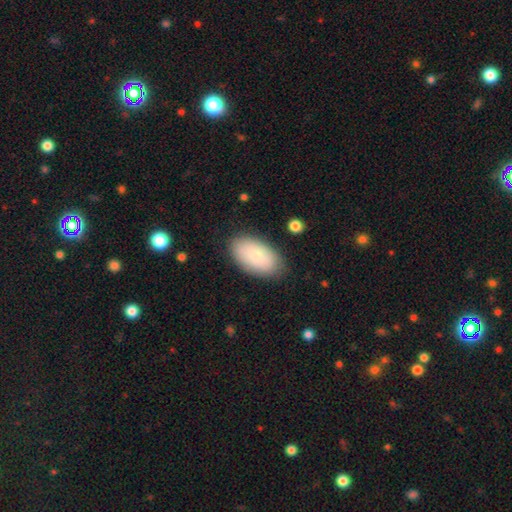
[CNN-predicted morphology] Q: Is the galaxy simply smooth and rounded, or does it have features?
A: smooth — 85%.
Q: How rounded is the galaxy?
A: in between — 95%.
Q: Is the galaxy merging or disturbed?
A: none — 84%.